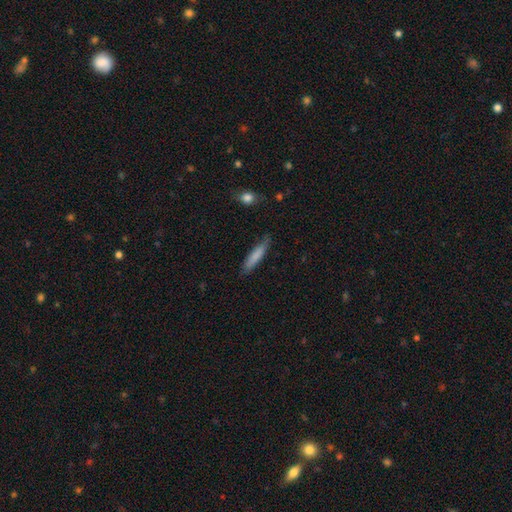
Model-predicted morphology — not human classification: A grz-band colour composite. It shows a smooth galaxy with no disk features (79%) that is cigar-shaped (86%). Merging: none (79%).